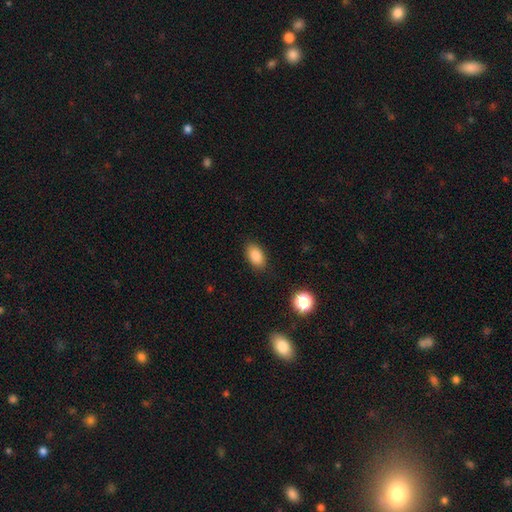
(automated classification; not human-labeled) Q: Smooth or featured?
A: smooth (85%); runner-up: star or artifact (9%)
Q: How rounded?
A: in between (91%); runner-up: round (6%)
Q: Merging?
A: none (87%); runner-up: minor disturbance (9%)